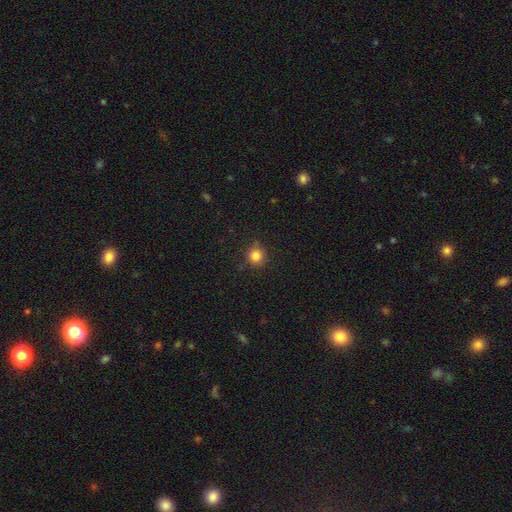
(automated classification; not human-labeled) Smooth or featured? Predicted: smooth (p=0.83). How rounded? Predicted: round (p=0.93). Merging? Predicted: none (p=0.84).